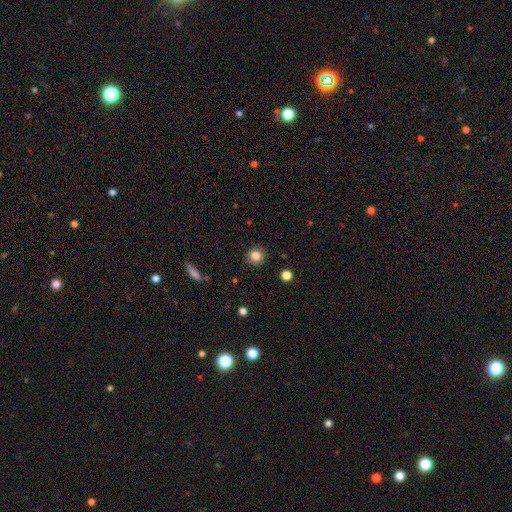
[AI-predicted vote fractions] Smooth or featured: smooth — 83% (star or artifact — 10%)
How rounded: round — 91% (in between — 8%)
Merging: none — 90% (minor disturbance — 7%)